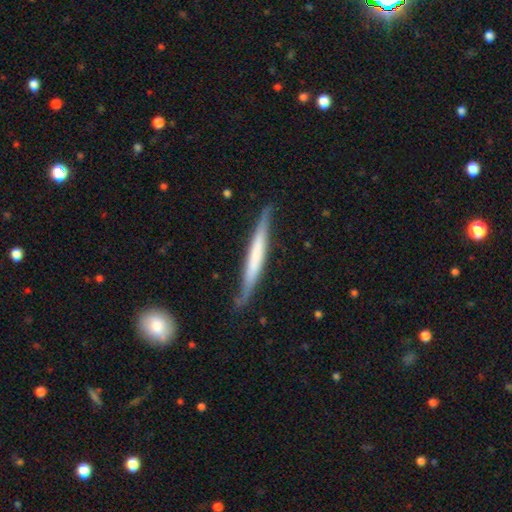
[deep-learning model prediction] Smooth or featured? featured or disk (53%)
Edge-on disk? yes (91%)
Merging? none (72%)